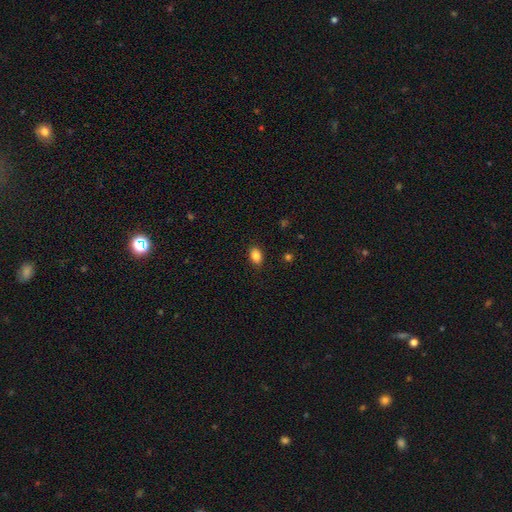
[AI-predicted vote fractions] Smooth or featured? Predicted: smooth (p=0.86). How rounded? Predicted: in between (p=0.81). Merging? Predicted: none (p=0.87).